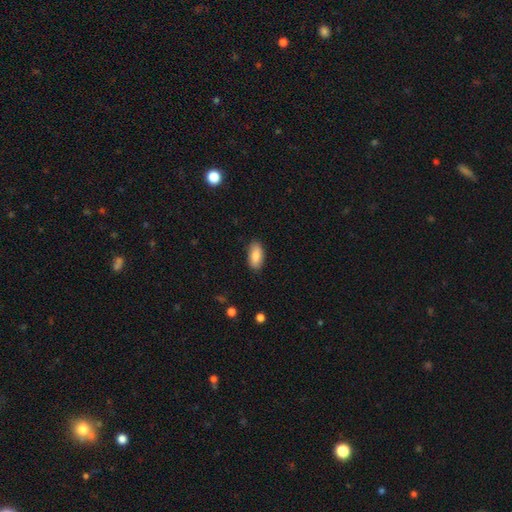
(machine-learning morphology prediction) This appears to be a smooth galaxy with no disk features (82%) that is in between round and cigar-shaped (91%). Merging: none (86%).